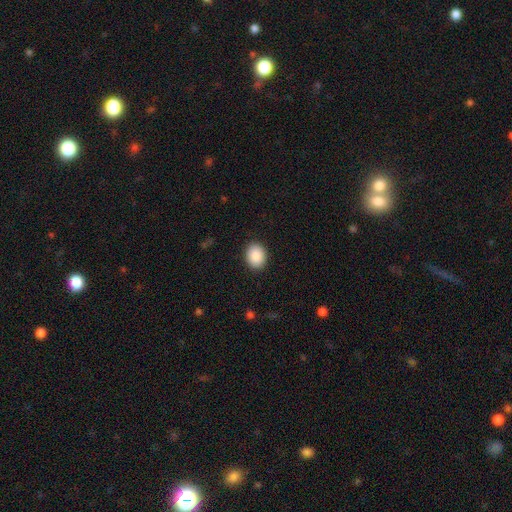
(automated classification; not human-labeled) This is clearly a smooth galaxy (89%). How rounded: possibly in between (54%). Merging: clearly none (90%).